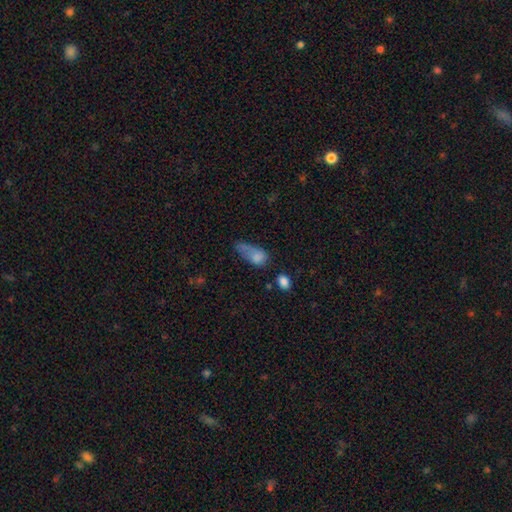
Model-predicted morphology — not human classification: This appears to be a smooth galaxy with no disk features (73%) that is in between round and cigar-shaped (84%). Merging: major disturbance (42%).